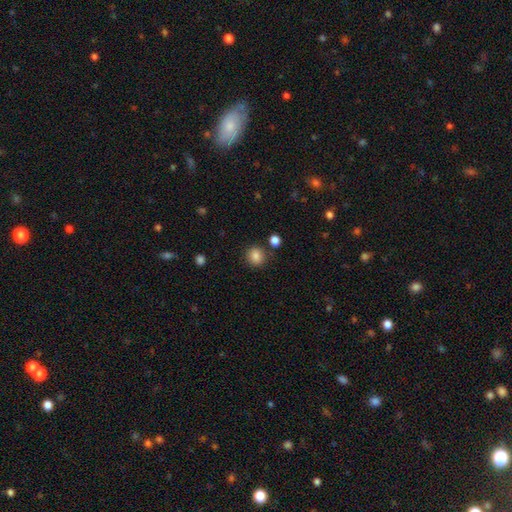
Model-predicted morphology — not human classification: smooth_or_featured: smooth (p=0.85) [alt: star or artifact p=0.10]
how_rounded: round (p=0.85) [alt: in between p=0.14]
merging: none (p=0.84) [alt: minor disturbance p=0.09]